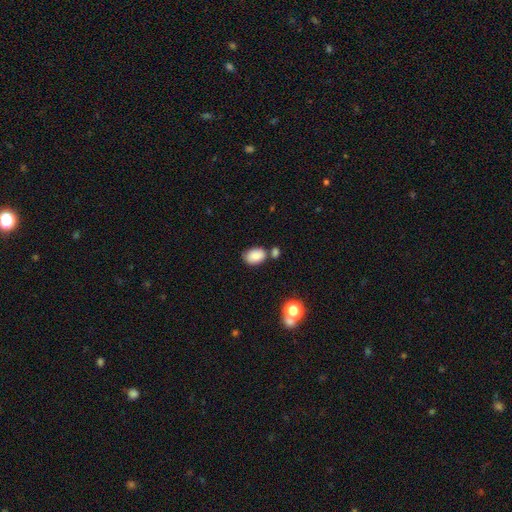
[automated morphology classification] Overall: smooth (86%). How rounded: in between (85%). Merging: none (62%).